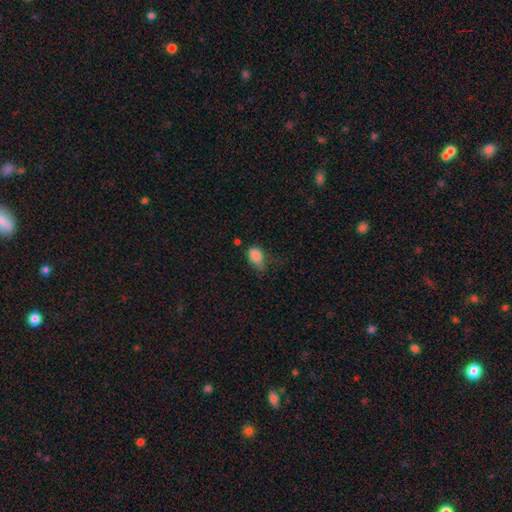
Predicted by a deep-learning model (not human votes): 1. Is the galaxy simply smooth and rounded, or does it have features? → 82% smooth, 9% star or artifact, 9% featured or disk.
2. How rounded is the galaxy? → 84% in between, 13% round, 3% cigar-shaped.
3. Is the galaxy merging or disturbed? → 38% minor disturbance, 31% major disturbance, 27% none, 4% merger.